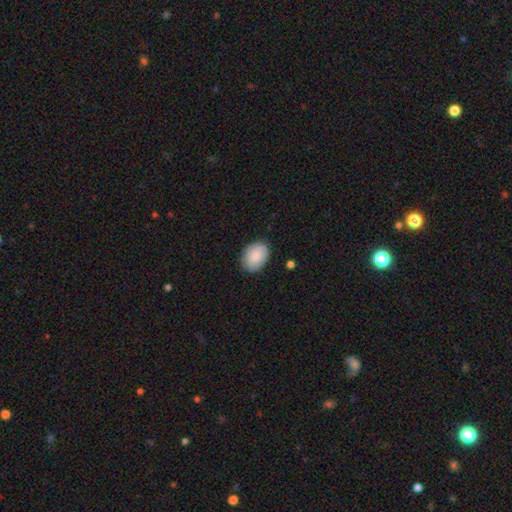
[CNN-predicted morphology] Smooth or featured: smooth — 86% (featured or disk — 7%)
How rounded: in between — 77% (round — 23%)
Merging: none — 84% (minor disturbance — 12%)